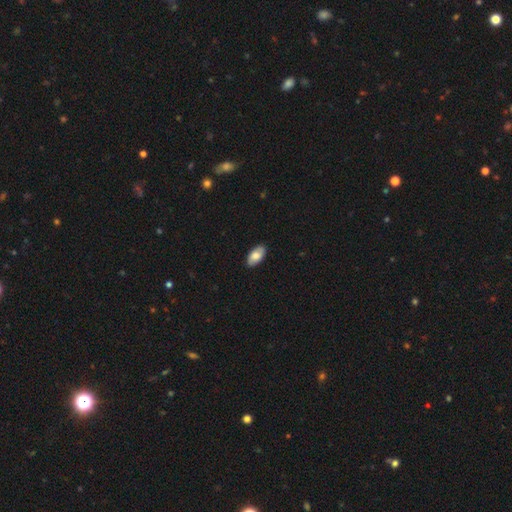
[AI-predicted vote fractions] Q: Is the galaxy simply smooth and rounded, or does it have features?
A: smooth — 78%.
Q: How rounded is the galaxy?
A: in between — 94%.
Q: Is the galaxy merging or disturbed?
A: none — 89%.